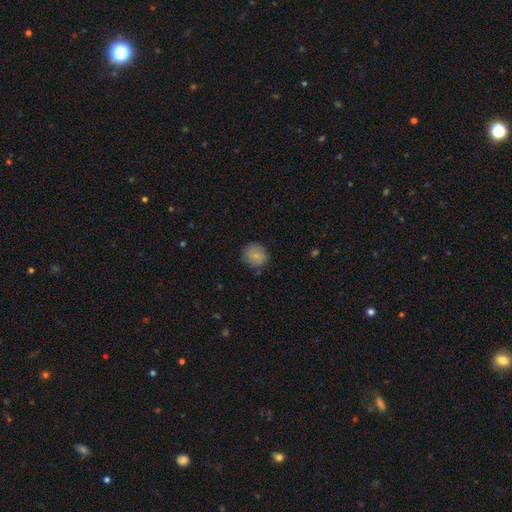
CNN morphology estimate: smooth_or_featured: smooth (p=0.79) [alt: featured or disk p=0.13]
how_rounded: round (p=0.81) [alt: in between p=0.18]
merging: none (p=0.80) [alt: minor disturbance p=0.15]